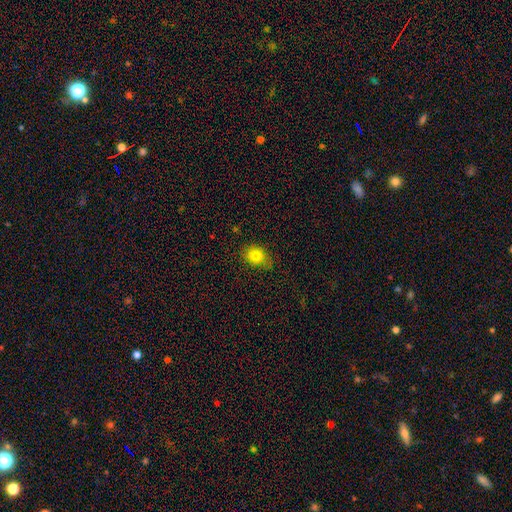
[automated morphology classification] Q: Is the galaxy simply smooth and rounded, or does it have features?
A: smooth — 81%.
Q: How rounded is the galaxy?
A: in between — 53%.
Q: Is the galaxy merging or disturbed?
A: none — 77%.